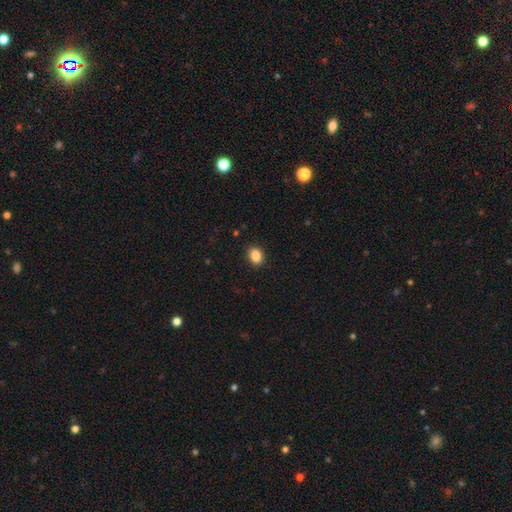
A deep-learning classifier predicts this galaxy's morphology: Smooth or featured?
  - smooth: 87% *
  - star or artifact: 9%
  - featured or disk: 4%
How rounded?
  - in between: 61% *
  - round: 38%
  - cigar-shaped: 1%
Merging?
  - none: 90% *
  - minor disturbance: 7%
  - major disturbance: 2%
  - merger: 1%